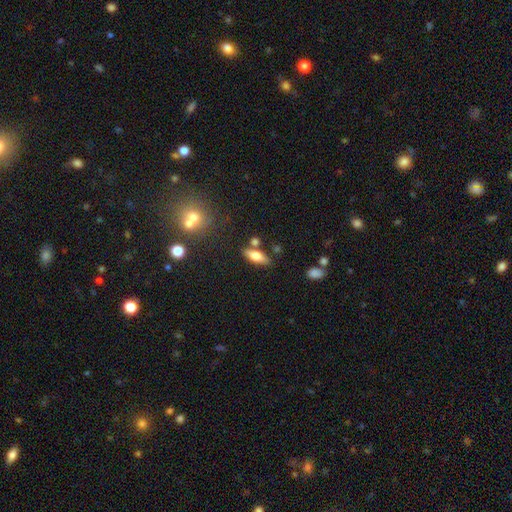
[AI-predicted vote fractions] A smooth galaxy with no disk features (59%) that is in between round and cigar-shaped (63%). Merging: none (72%).